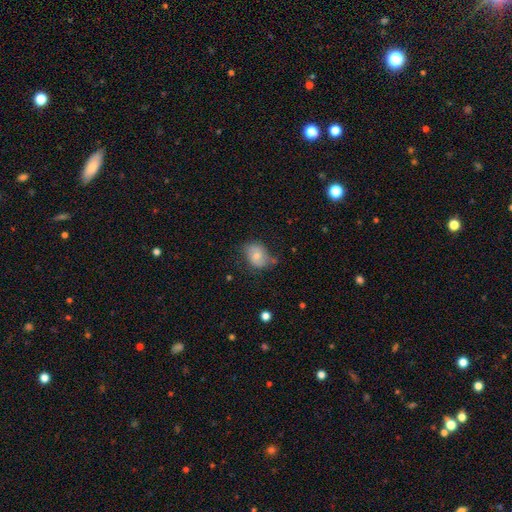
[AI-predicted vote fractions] Smooth or featured? Predicted: smooth (p=0.64). How rounded? Predicted: in between (p=0.60). Merging? Predicted: none (p=0.59).